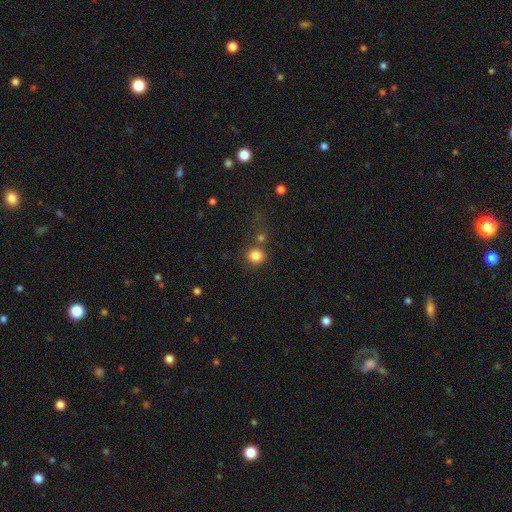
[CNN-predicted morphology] This appears to be a smooth galaxy with no disk features (83%) that is round (89%). Merging: none (72%).